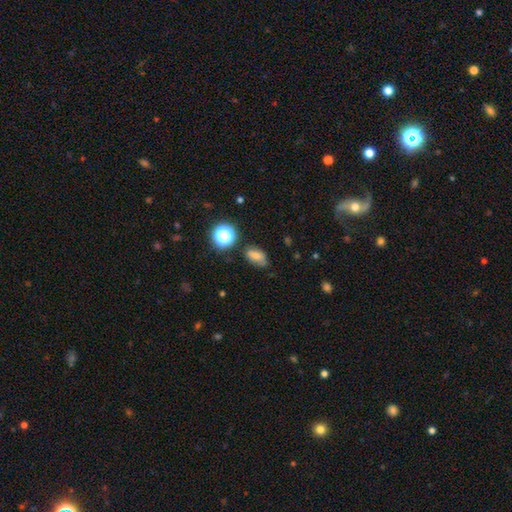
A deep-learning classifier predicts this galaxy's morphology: This is likely a smooth galaxy (70%). How rounded: likely in between (78%). Merging: likely none (64%).